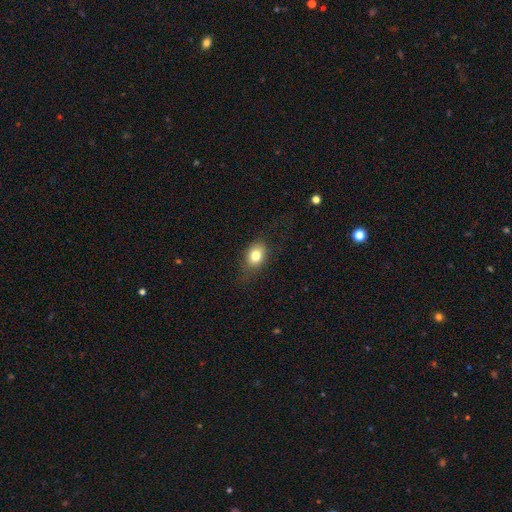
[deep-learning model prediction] Overall: smooth (78%). How rounded: in between (69%; round 30%). Merging: none (69%).